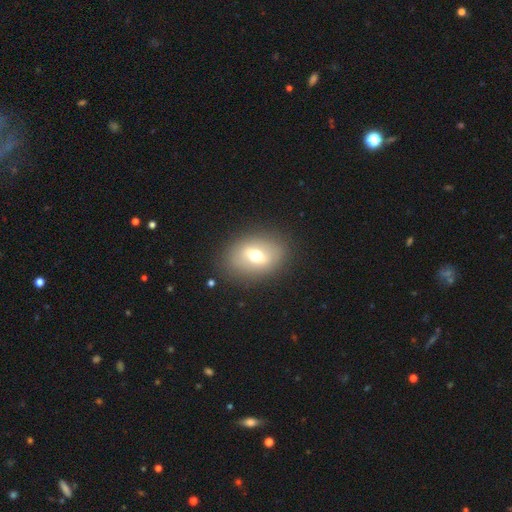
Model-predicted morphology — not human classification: smooth-or-featured: smooth: 51% | featured or disk: 39% | star or artifact: 10%
  how-rounded: in between: 68% | round: 30% | cigar-shaped: 2%
  merging: none: 84% | minor disturbance: 10% | major disturbance: 5% | merger: 1%